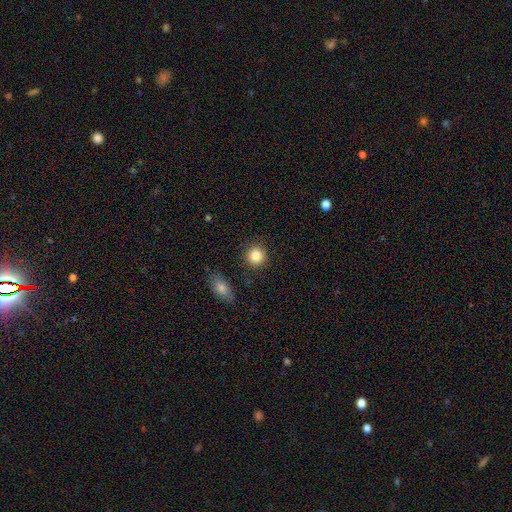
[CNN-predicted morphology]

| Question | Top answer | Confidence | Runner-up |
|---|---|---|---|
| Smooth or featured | smooth | 85% | star or artifact (9%) |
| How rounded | round | 90% | in between (9%) |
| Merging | none | 89% | minor disturbance (7%) |